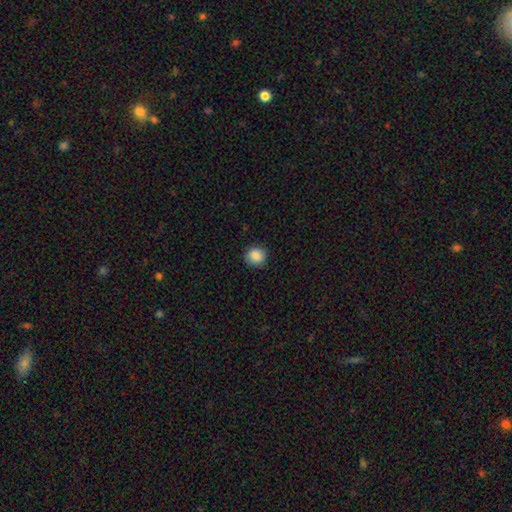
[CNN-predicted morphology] smooth 87%, star or artifact 9%, featured or disk 4%. Down the decision tree: how rounded — round (89%); merging — none (91%).